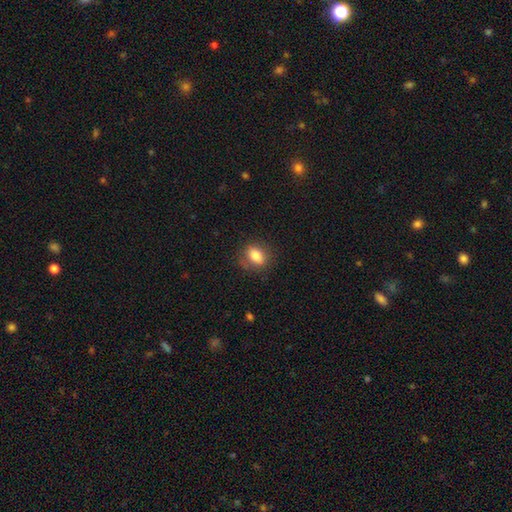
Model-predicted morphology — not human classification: Smooth or featured? Predicted: smooth (p=0.80). How rounded? Predicted: in between (p=0.73). Merging? Predicted: none (p=0.77).